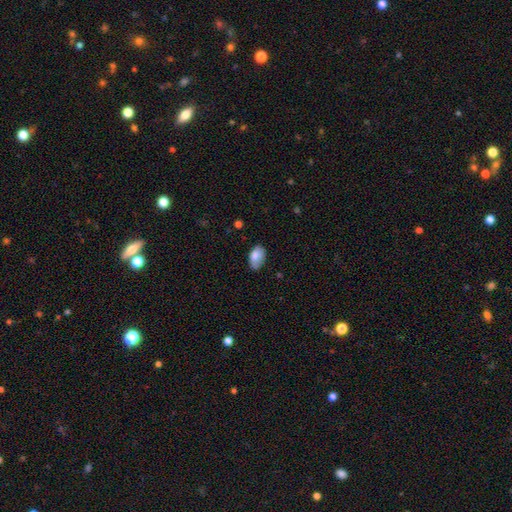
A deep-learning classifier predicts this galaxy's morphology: A smooth galaxy with no disk features (83%) that is in between round and cigar-shaped (93%).

Vote fractions:
- Smooth or featured? smooth: 83% / featured or disk: 9% / star or artifact: 7%
- How rounded? in between: 93% / round: 6% / cigar-shaped: 1%
- Merging? none: 66% / minor disturbance: 28% / major disturbance: 5% / merger: 2%